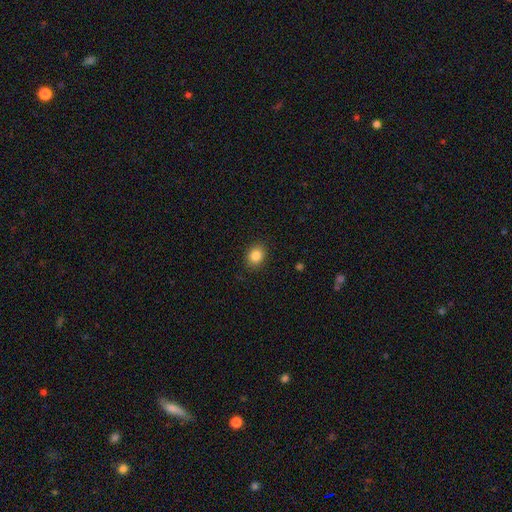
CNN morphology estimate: type=smooth (85%); roundness=round (53%); merging=none (88%).